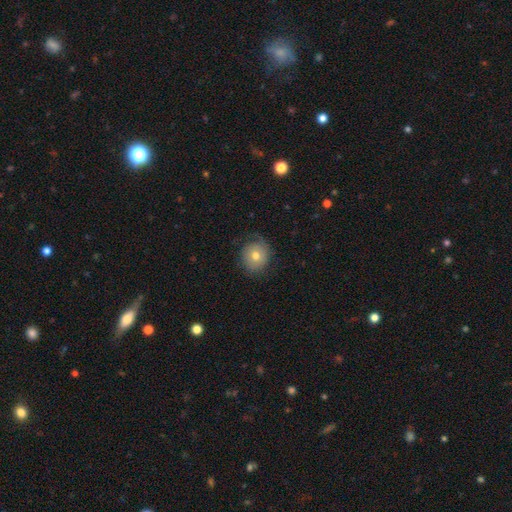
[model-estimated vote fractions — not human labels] This appears to be a smooth galaxy with no disk features (67%) that is round (83%). Merging: none (70%).